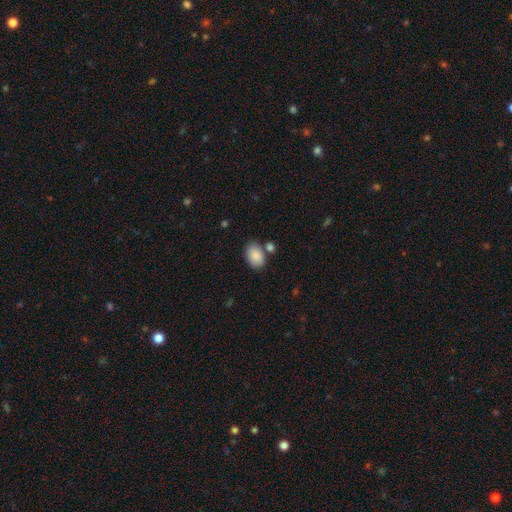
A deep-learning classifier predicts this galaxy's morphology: This appears to be a smooth galaxy with no disk features (88%) that is in between round and cigar-shaped (88%). Merging: none (71%).